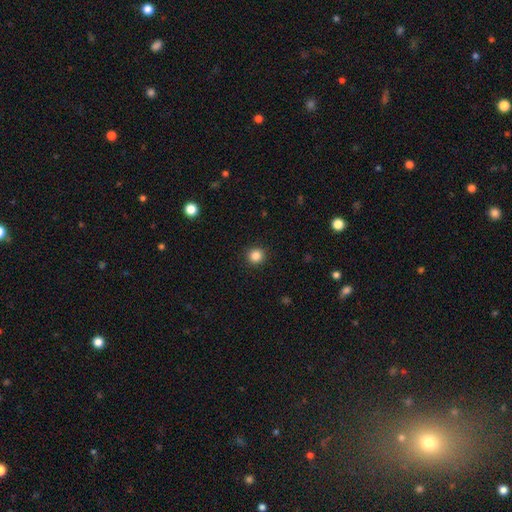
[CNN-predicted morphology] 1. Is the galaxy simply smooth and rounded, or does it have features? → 85% smooth, 11% star or artifact, 4% featured or disk.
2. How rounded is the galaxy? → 94% round, 5% in between, 1% cigar-shaped.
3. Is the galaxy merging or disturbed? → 93% none, 5% minor disturbance, 2% major disturbance, 1% merger.